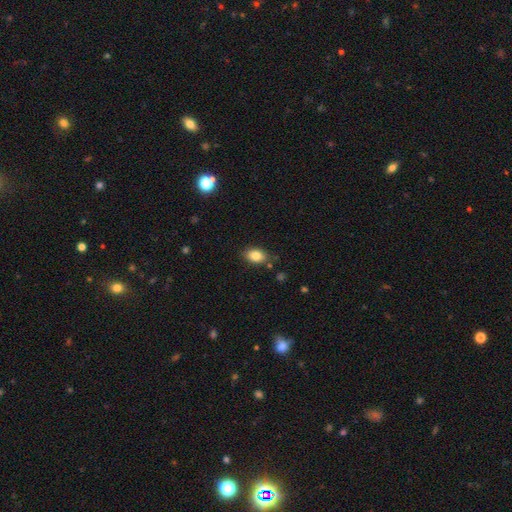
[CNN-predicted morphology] Smooth or featured? smooth (84%)
How rounded? in between (84%)
Merging? none (81%)